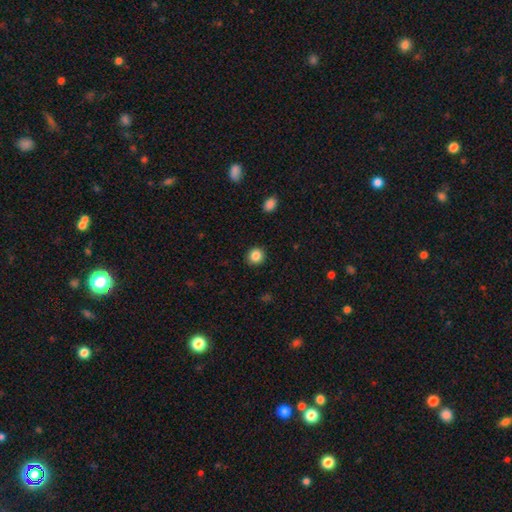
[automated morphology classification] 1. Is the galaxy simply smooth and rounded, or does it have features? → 85% smooth, 11% star or artifact, 4% featured or disk.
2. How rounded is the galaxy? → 91% round, 8% in between, 1% cigar-shaped.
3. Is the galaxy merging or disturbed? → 91% none, 6% minor disturbance, 2% major disturbance, 1% merger.